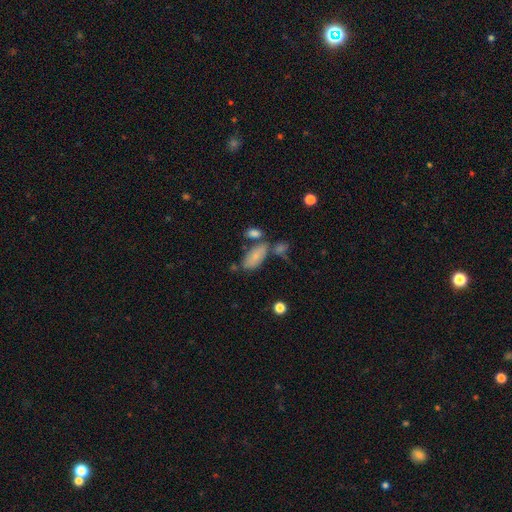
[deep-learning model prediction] smooth_or_featured: smooth (p=0.72) [alt: featured or disk p=0.19]
how_rounded: in between (p=0.88) [alt: cigar-shaped p=0.08]
merging: none (p=0.52) [alt: merger p=0.24]